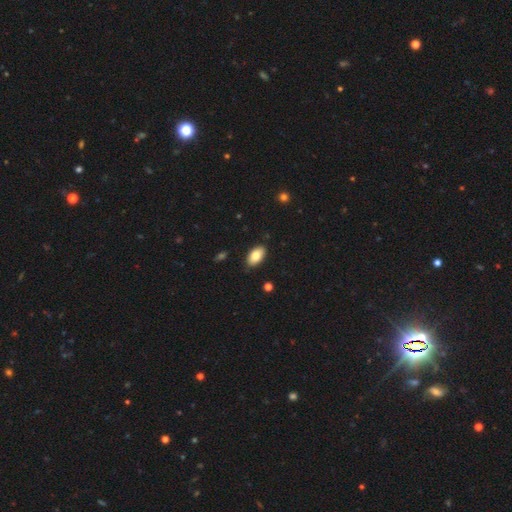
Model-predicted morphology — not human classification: This appears to be a smooth galaxy with no disk features (81%) that is in between round and cigar-shaped (94%). Merging: none (88%).